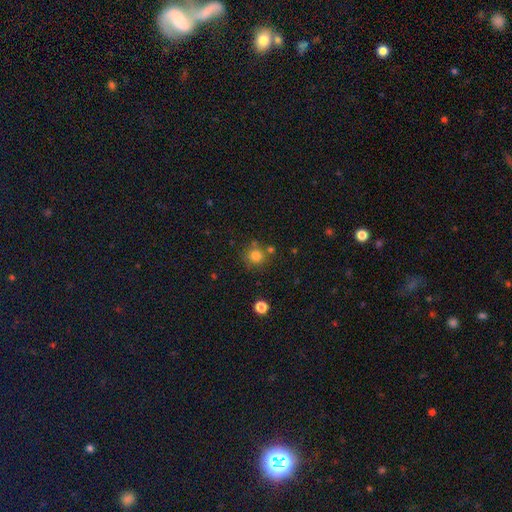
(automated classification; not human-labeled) This appears to be a smooth galaxy with no disk features (79%) that is round (91%). Merging: none (74%).